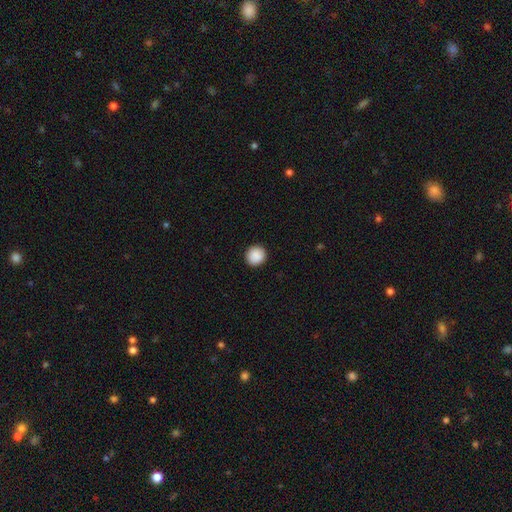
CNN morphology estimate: Smooth or featured?
  - smooth: 90% *
  - star or artifact: 8%
  - featured or disk: 2%
How rounded?
  - round: 92% *
  - in between: 7%
  - cigar-shaped: 1%
Merging?
  - none: 92% *
  - minor disturbance: 5%
  - major disturbance: 2%
  - merger: 1%